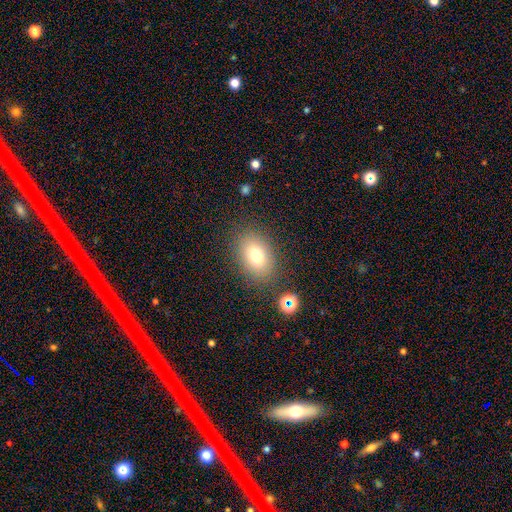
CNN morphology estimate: smooth 75%, star or artifact 13%, featured or disk 13%. Down the decision tree: how rounded — in between (72%); merging — none (83%).